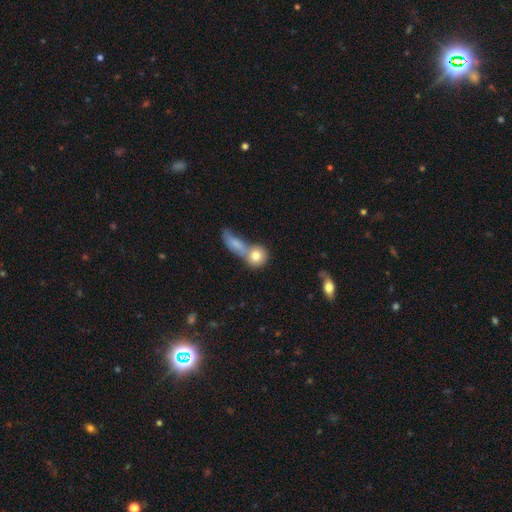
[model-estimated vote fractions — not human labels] Smooth or featured? Predicted: smooth (p=0.78). How rounded? Predicted: round (p=0.74). Merging? Predicted: merger (p=0.49).